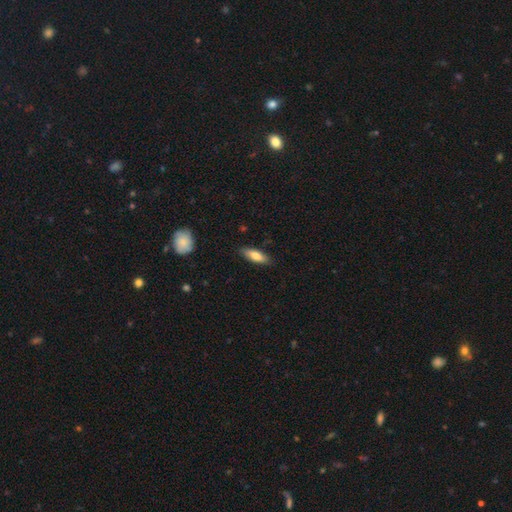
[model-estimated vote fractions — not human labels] smooth-or-featured: smooth: 75% | featured or disk: 19% | star or artifact: 6%
  how-rounded: in between: 59% | cigar-shaped: 39% | round: 2%
  merging: none: 85% | minor disturbance: 11% | major disturbance: 2% | merger: 1%